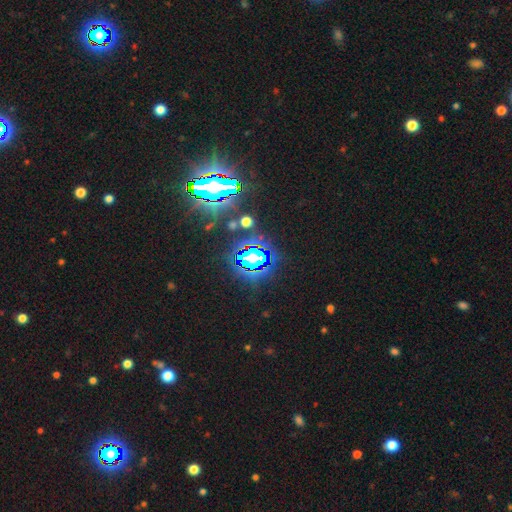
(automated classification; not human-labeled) A star or artifact, not a galaxy (85%).